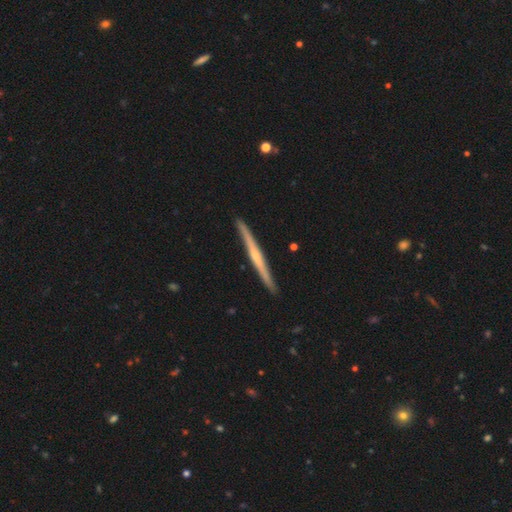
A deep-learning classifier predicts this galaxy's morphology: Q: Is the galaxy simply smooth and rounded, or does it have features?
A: featured or disk — 71%.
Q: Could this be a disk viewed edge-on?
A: yes — 98%.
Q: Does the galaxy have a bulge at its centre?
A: rounded — 49%.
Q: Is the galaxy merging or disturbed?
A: none — 92%.